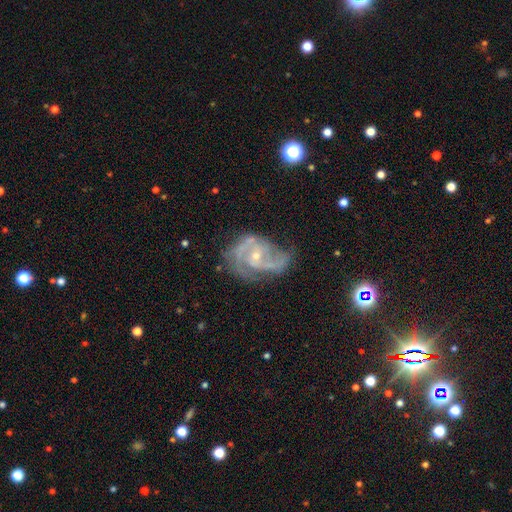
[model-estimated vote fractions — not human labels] This is clearly a featured or disk galaxy (89%). It is clearly not viewed edge-on (98%). Bar: possibly no (51%). Spiral arm pattern: clearly yes (97%). Spiral arm count: likely 2 (68%). Spiral winding: possibly medium (55%). Central bulge: likely small (70%). Merging: possibly none (54%).